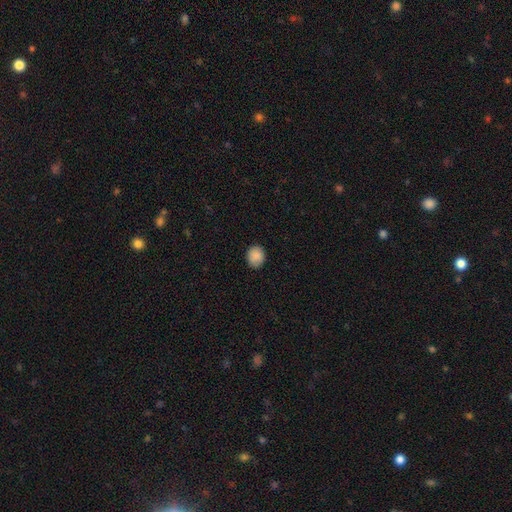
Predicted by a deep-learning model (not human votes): This is clearly a smooth galaxy (88%). How rounded: likely round (60%). Merging: clearly none (85%).